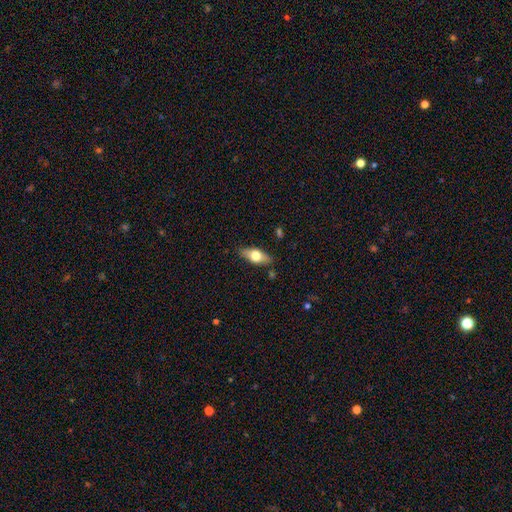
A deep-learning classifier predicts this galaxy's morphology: This appears to be a smooth galaxy with no disk features (60%) that is in between round and cigar-shaped (78%). Merging: none (83%).